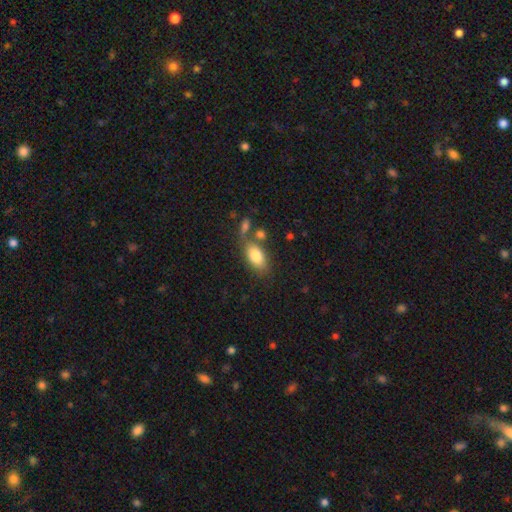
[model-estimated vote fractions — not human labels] Q: Smooth or featured?
A: smooth (81%); runner-up: featured or disk (12%)
Q: How rounded?
A: in between (90%); runner-up: round (5%)
Q: Merging?
A: none (59%); runner-up: merger (19%)